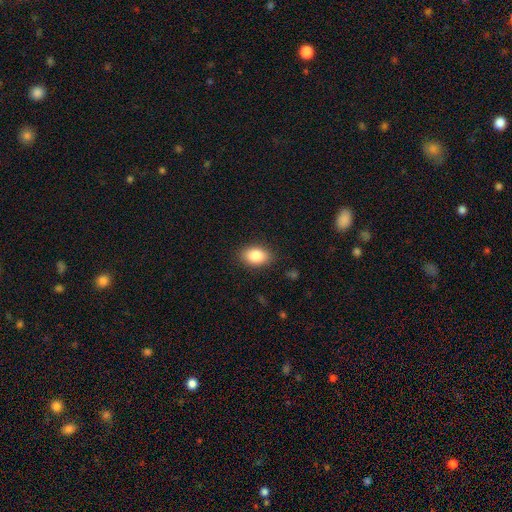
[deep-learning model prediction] Morphology: type=smooth (86%); roundness=in between (86%); merging=none (86%).